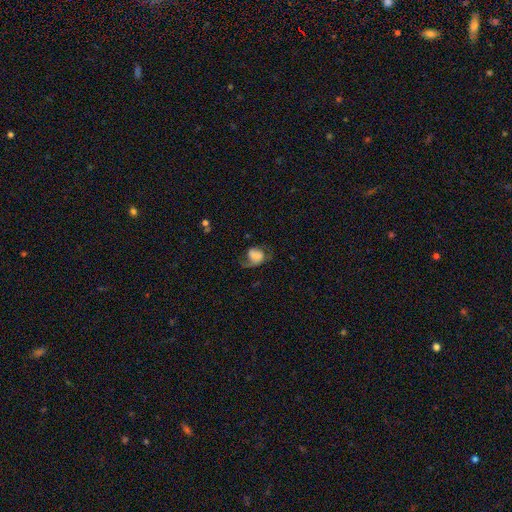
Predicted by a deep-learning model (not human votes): This appears to be a smooth galaxy with no disk features (52%) that is in between round and cigar-shaped (62%). Merging: major disturbance (41%).